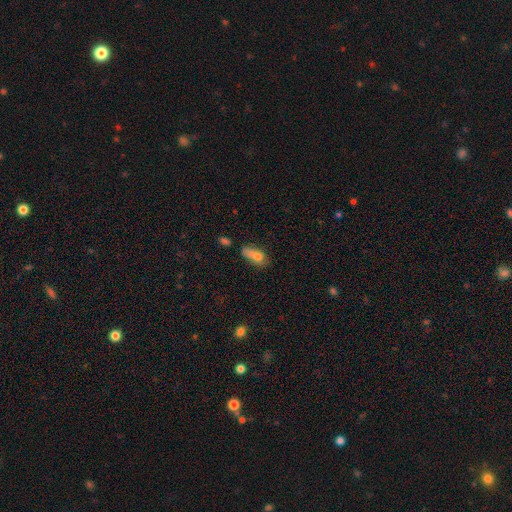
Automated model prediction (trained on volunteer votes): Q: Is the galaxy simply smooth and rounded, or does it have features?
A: smooth — 74%.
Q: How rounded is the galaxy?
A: in between — 77%.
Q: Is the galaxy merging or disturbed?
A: none — 37%.